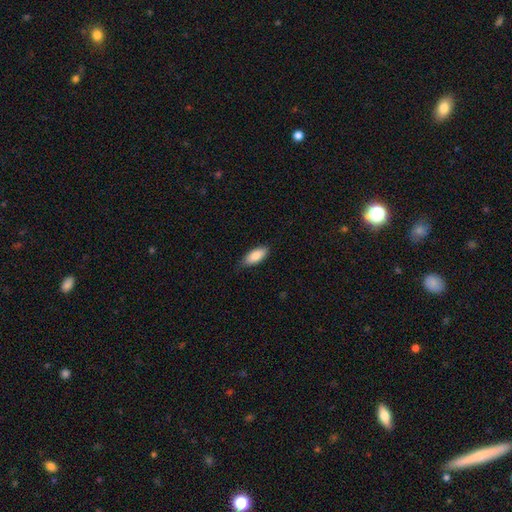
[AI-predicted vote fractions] Morphology: type=smooth (84%); roundness=in between (84%); merging=none (78%).